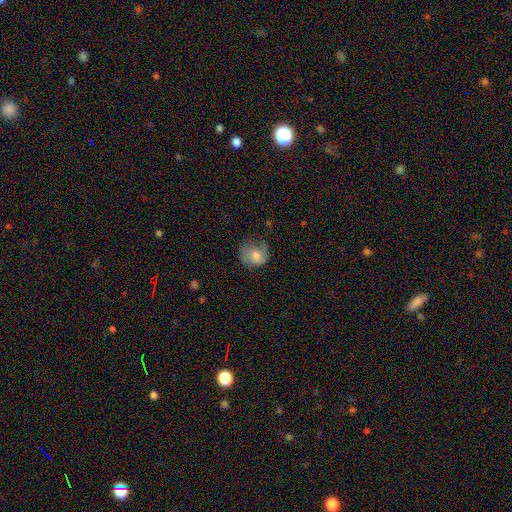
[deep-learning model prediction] The model was most divided on "smooth or featured": smooth: 52%, featured or disk: 38%, star or artifact: 10%. More confident: how rounded — round (69%); merging — none (56%).